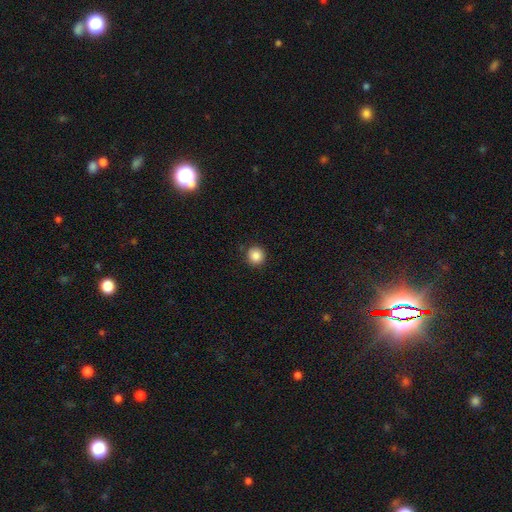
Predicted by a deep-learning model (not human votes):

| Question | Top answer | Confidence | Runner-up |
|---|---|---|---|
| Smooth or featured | smooth | 86% | star or artifact (10%) |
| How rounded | round | 94% | in between (5%) |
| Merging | none | 88% | minor disturbance (8%) |